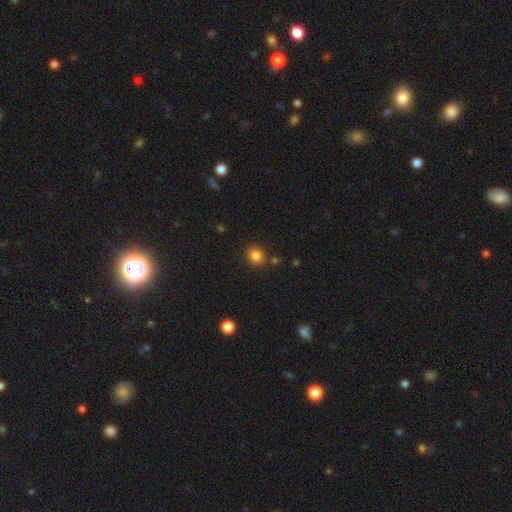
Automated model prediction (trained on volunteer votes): smooth-or-featured: smooth: 83% | star or artifact: 12% | featured or disk: 5%
  how-rounded: round: 69% | in between: 30% | cigar-shaped: 1%
  merging: none: 82% | minor disturbance: 9% | merger: 5% | major disturbance: 3%